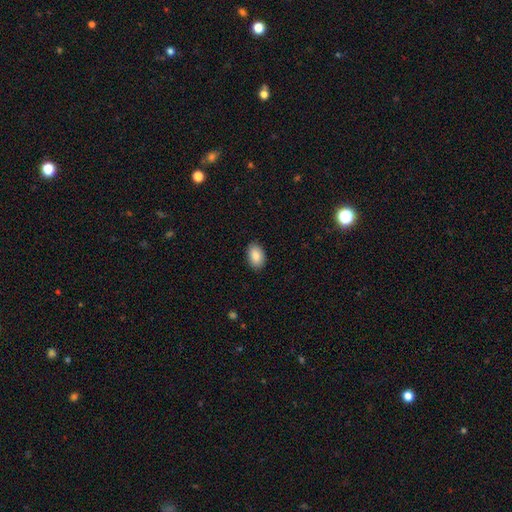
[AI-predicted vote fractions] Smooth or featured?
  - smooth: 87% *
  - star or artifact: 7%
  - featured or disk: 6%
How rounded?
  - in between: 91% *
  - round: 8%
  - cigar-shaped: 1%
Merging?
  - none: 89% *
  - minor disturbance: 9%
  - major disturbance: 2%
  - merger: 1%